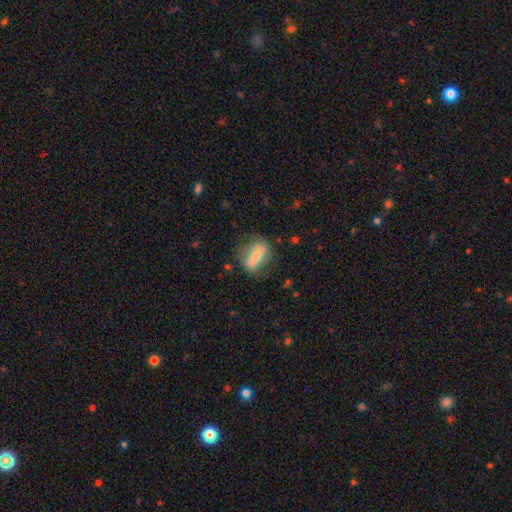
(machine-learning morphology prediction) smooth-or-featured: featured or disk: 50% | smooth: 43% | star or artifact: 7%
  merging: none: 67% | minor disturbance: 21% | major disturbance: 10% | merger: 2%